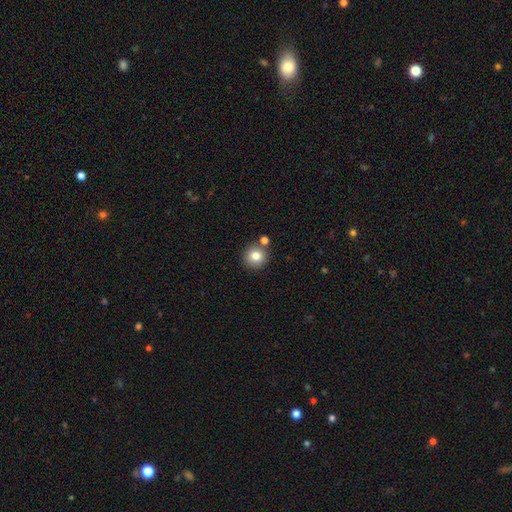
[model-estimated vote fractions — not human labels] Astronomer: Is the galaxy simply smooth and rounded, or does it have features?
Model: smooth — 80%.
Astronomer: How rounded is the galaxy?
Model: round — 94%.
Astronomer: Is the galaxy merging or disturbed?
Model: none — 78%.